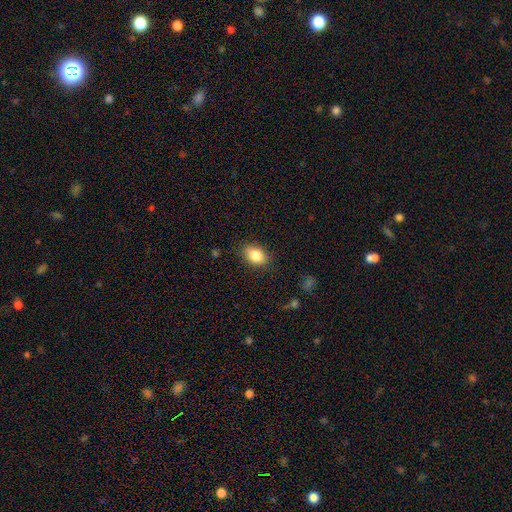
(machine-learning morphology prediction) The model was most divided on "how rounded": in between: 76%, round: 23%, cigar-shaped: 1%. More confident: smooth or featured — smooth (84%); merging — none (83%).